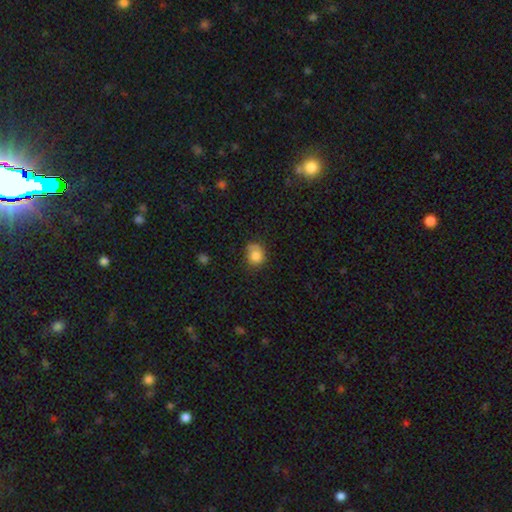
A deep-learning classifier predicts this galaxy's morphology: type=smooth (82%); roundness=round (73%); merging=none (58%).